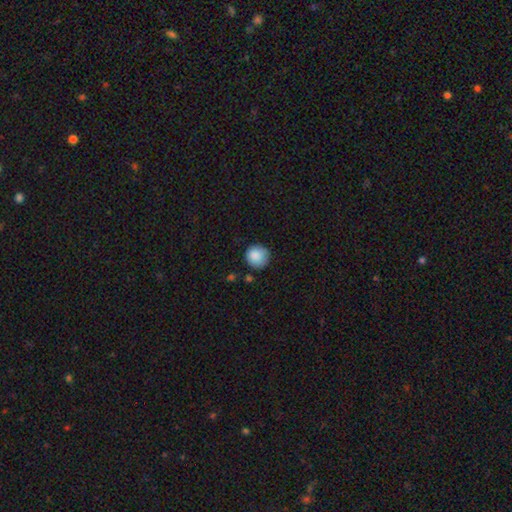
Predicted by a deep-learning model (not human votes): smooth-or-featured: smooth: 87% | star or artifact: 8% | featured or disk: 5%
  how-rounded: round: 93% | in between: 6% | cigar-shaped: 1%
  merging: none: 79% | minor disturbance: 16% | major disturbance: 3% | merger: 2%